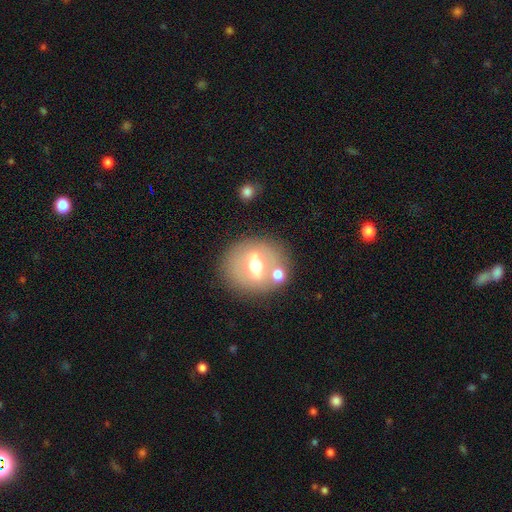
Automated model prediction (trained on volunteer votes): This appears to be a featured or disk galaxy (50%). Merging: none (71%).